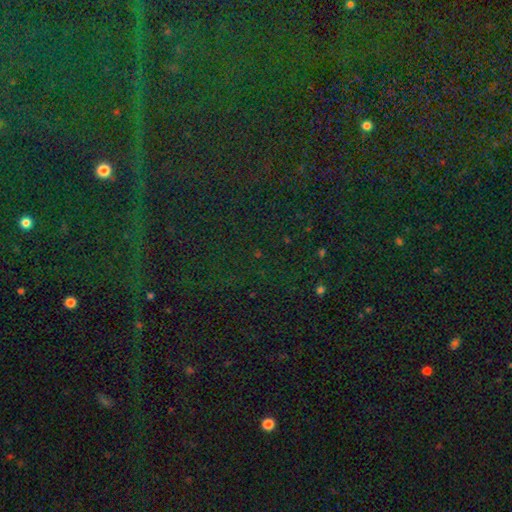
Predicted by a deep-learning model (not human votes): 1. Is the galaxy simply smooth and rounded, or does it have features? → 84% star or artifact, 9% smooth, 7% featured or disk.